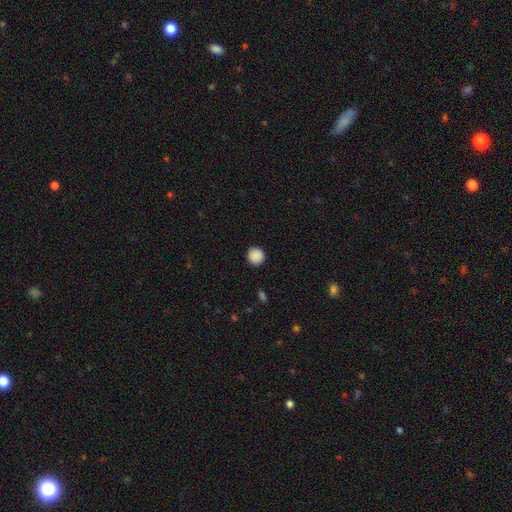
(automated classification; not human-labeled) smooth_or_featured: smooth (p=0.89) [alt: star or artifact p=0.08]
how_rounded: round (p=0.94) [alt: in between p=0.05]
merging: none (p=0.92) [alt: minor disturbance p=0.05]